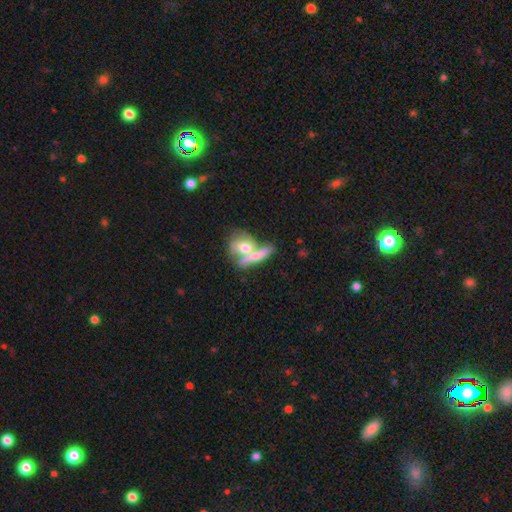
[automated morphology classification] Q: Smooth or featured?
A: smooth (57%); runner-up: featured or disk (36%)
Q: How rounded?
A: in between (41%); runner-up: cigar-shaped (33%)
Q: Merging?
A: merger (55%); runner-up: none (30%)